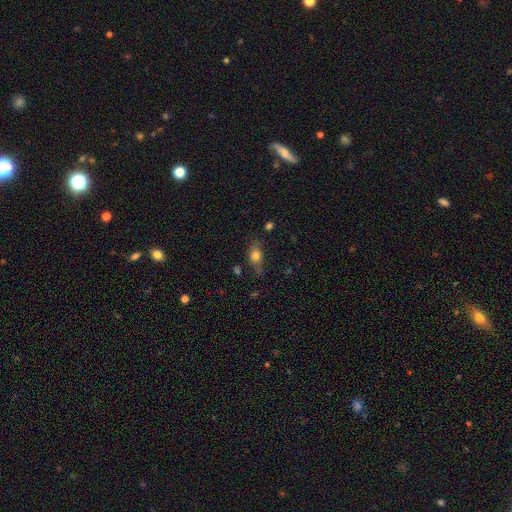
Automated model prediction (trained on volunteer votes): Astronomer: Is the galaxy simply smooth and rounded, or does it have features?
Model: smooth — 72%.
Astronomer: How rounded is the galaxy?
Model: in between — 73%.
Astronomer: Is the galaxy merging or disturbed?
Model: none — 68%.